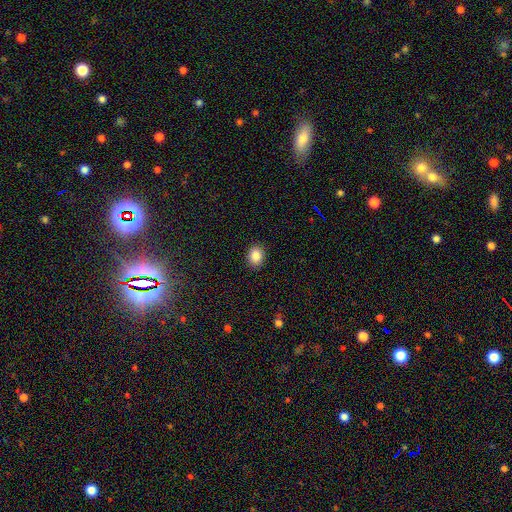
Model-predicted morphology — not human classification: This is clearly a smooth galaxy (87%). How rounded: possibly round (51%). Merging: clearly none (90%).